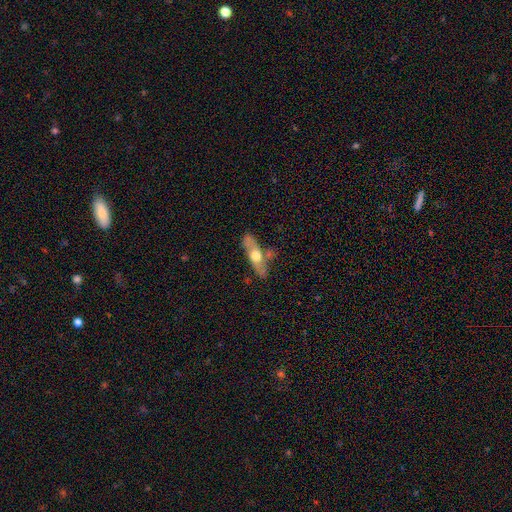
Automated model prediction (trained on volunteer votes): A featured or disk galaxy (52%) viewed edge-on (67%). Merging: none (66%).